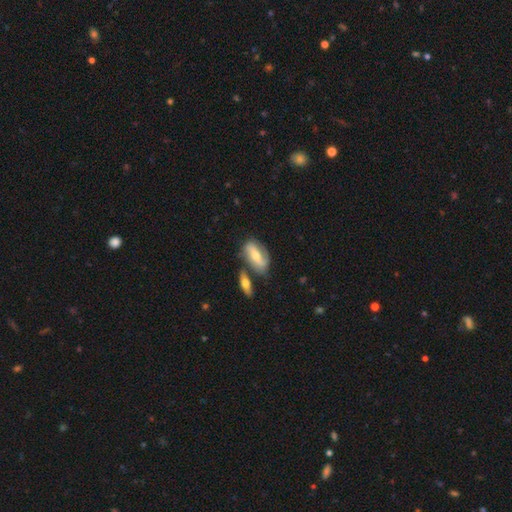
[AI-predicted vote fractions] This appears to be a featured or disk galaxy (64%) with a strong bar (38%), spiral arms (82%) and a moderate central bulge (60%). Merging: none (61%).